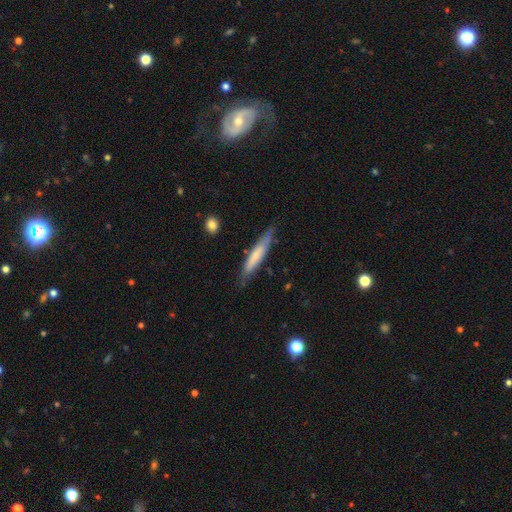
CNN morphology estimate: Smooth or featured? Predicted: smooth (p=0.58). How rounded? Predicted: cigar-shaped (p=0.88). Merging? Predicted: none (p=0.68).